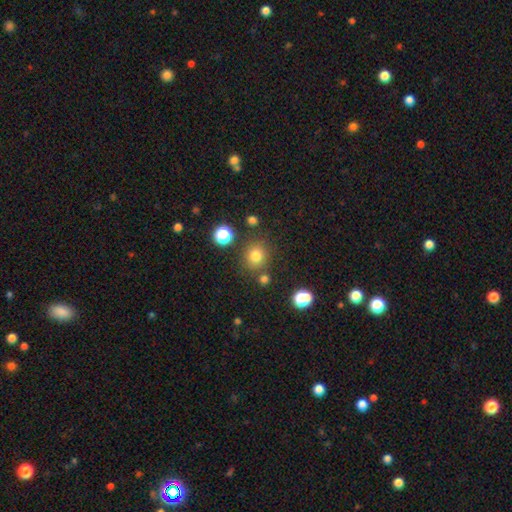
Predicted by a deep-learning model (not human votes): smooth_or_featured: smooth (p=0.77) [alt: star or artifact p=0.16]
how_rounded: round (p=0.87) [alt: in between p=0.12]
merging: none (p=0.80) [alt: minor disturbance p=0.10]